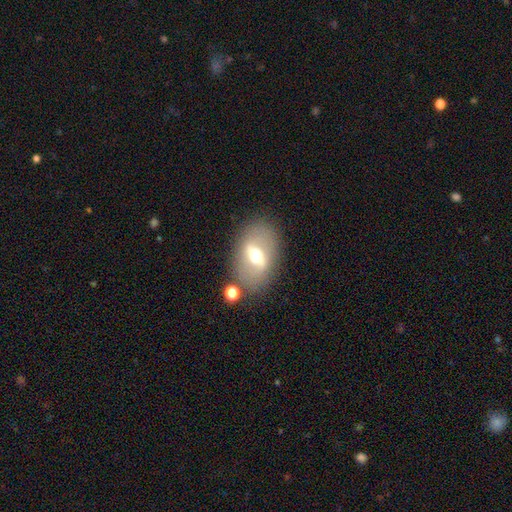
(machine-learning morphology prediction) Overall: featured or disk (52%; smooth 39%). Edge-on disk: no (81%). Merging: none (79%).